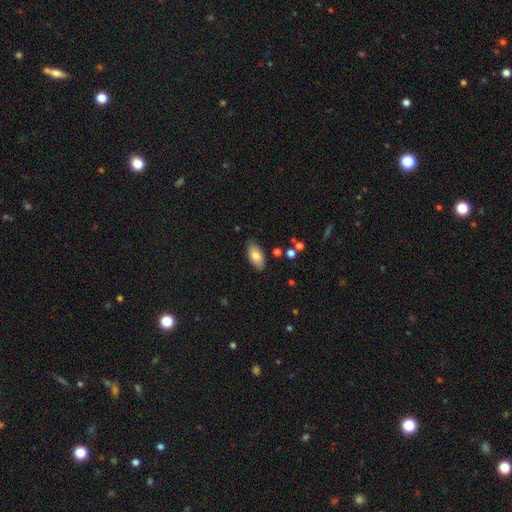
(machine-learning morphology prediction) This is clearly a smooth galaxy (81%). How rounded: clearly in between (91%). Merging: clearly none (85%).